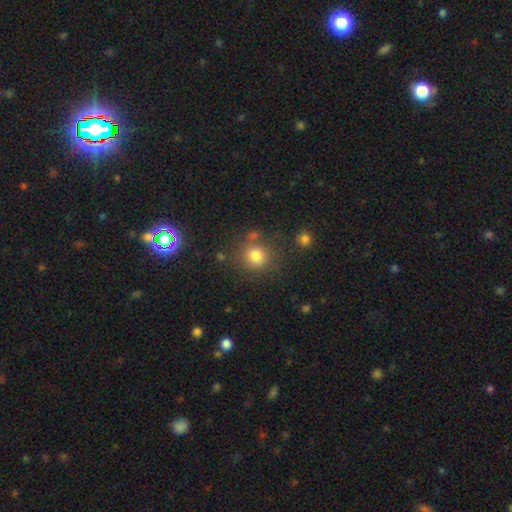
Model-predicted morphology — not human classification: type=smooth (80%); roundness=round (88%); merging=none (75%).